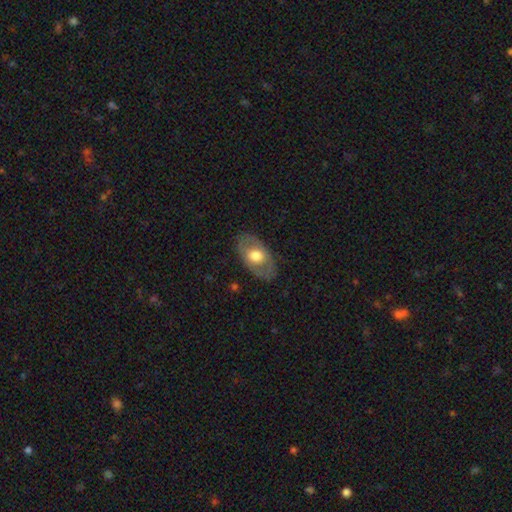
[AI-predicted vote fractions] smooth-or-featured: smooth: 51% | featured or disk: 44% | star or artifact: 6%
  how-rounded: in between: 88% | round: 10% | cigar-shaped: 2%
  merging: none: 79% | minor disturbance: 15% | major disturbance: 5% | merger: 1%